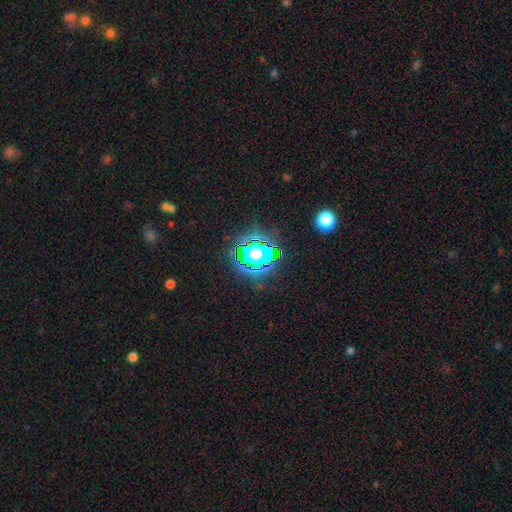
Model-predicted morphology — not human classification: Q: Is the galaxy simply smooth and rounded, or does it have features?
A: star or artifact — 72%.